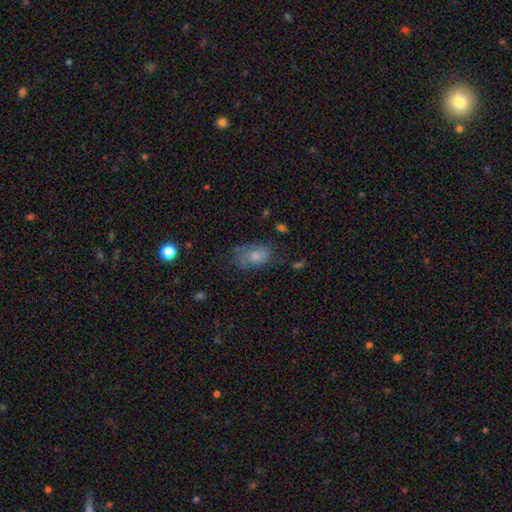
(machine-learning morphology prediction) A smooth galaxy with no disk features (71%) that is in between round and cigar-shaped (86%). Merging: none (49%).